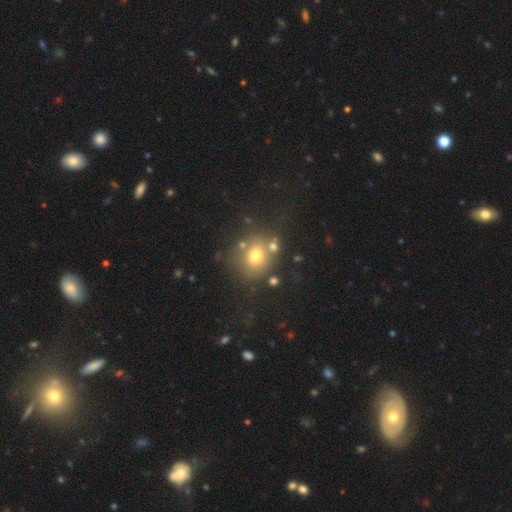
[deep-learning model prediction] Overall: smooth (69%). How rounded: round (78%). Merging: none (68%).